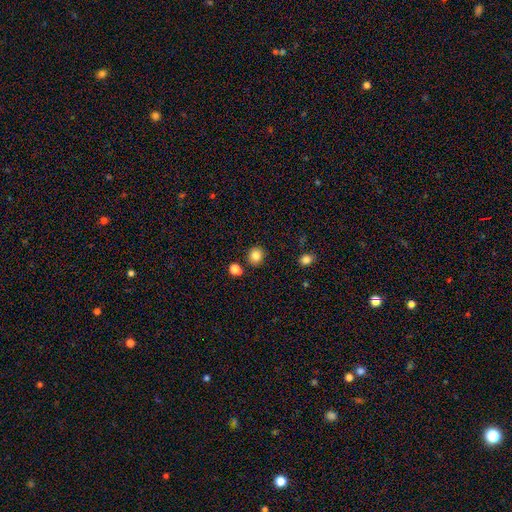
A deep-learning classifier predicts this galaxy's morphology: Smooth or featured?
  - smooth: 84% *
  - star or artifact: 11%
  - featured or disk: 6%
How rounded?
  - round: 86% *
  - in between: 13%
  - cigar-shaped: 1%
Merging?
  - none: 85% *
  - minor disturbance: 8%
  - merger: 5%
  - major disturbance: 2%